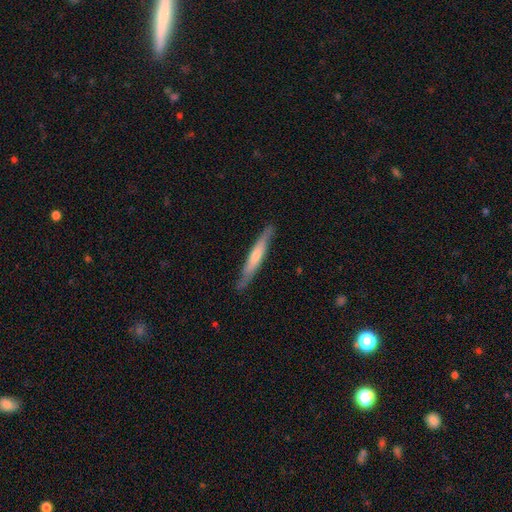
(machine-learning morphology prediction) Smooth or featured? featured or disk (59%)
Edge-on disk? yes (94%)
Edge-on bulge? rounded (64%)
Merging? none (89%)